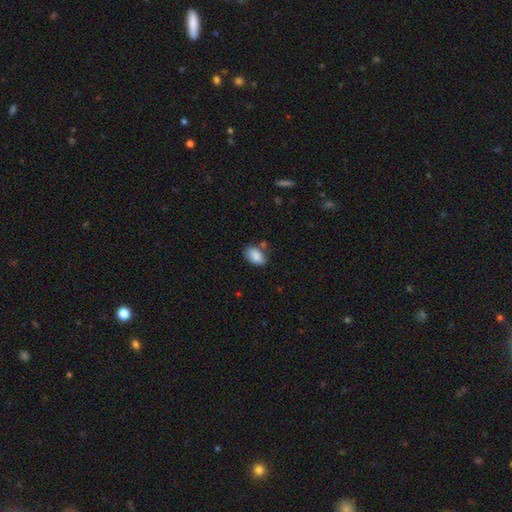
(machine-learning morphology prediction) This is clearly a smooth galaxy (86%). How rounded: clearly in between (88%). Merging: likely none (64%).